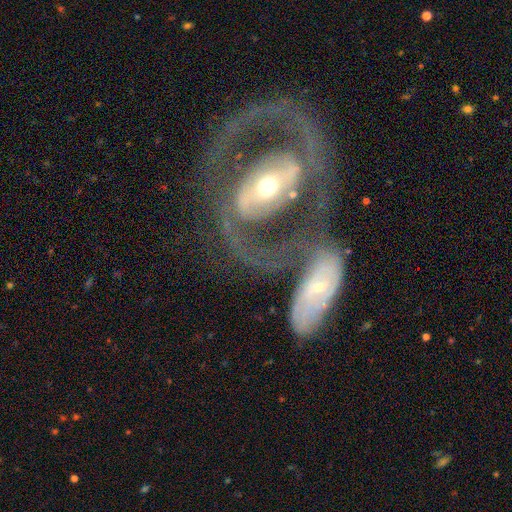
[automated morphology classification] This appears to be a featured or disk galaxy (81%) with a strong bar (42%), 2 (84%) medium (46%) spiral arms (78%) and a moderate central bulge (56%). Merging: none (38%).